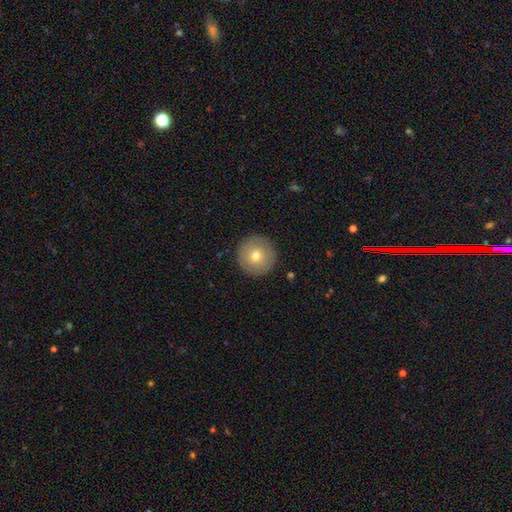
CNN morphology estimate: This appears to be a smooth galaxy with no disk features (74%) that is round (97%). Merging: none (92%).